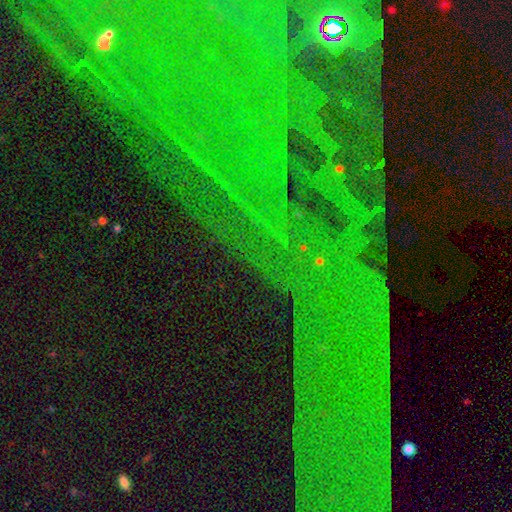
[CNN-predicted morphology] This appears to be a star or artifact, not a galaxy (82%).